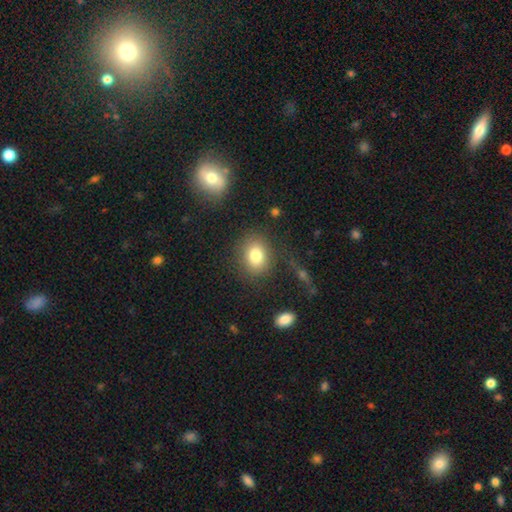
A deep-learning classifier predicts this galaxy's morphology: Smooth or featured? smooth (81%)
How rounded? in between (51%)
Merging? none (82%)